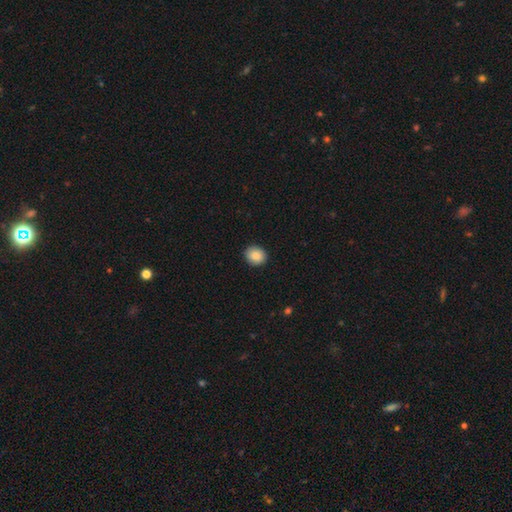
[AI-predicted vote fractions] smooth_or_featured: smooth (p=0.88) [alt: star or artifact p=0.08]
how_rounded: round (p=0.71) [alt: in between p=0.28]
merging: none (p=0.91) [alt: minor disturbance p=0.07]